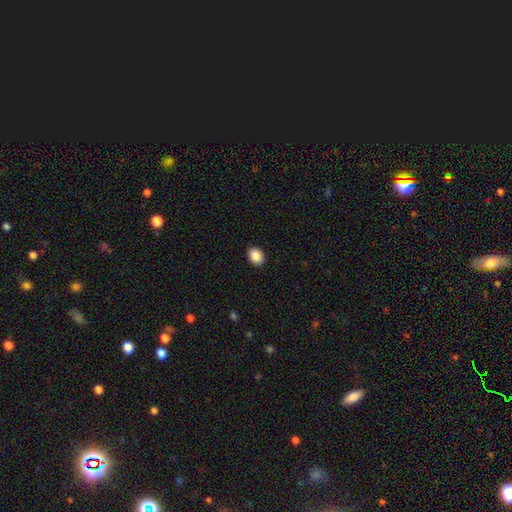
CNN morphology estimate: Smooth or featured?
  - smooth: 89% *
  - star or artifact: 8%
  - featured or disk: 3%
How rounded?
  - in between: 64% *
  - round: 35%
  - cigar-shaped: 1%
Merging?
  - none: 91% *
  - minor disturbance: 7%
  - major disturbance: 2%
  - merger: 1%